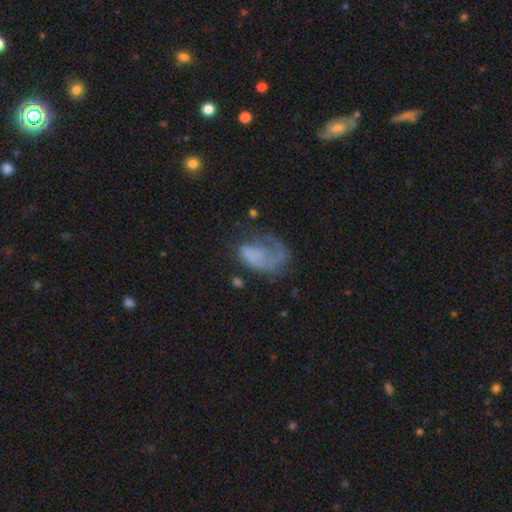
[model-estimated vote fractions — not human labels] Q: Smooth or featured?
A: featured or disk (52%); runner-up: smooth (38%)
Q: Edge-on disk?
A: no (98%); runner-up: yes (2%)
Q: Bar?
A: no (84%); runner-up: weak (13%)
Q: Spiral arms?
A: yes (57%); runner-up: no (43%)
Q: Bulge size?
A: none (69%); runner-up: small (13%)
Q: Merging?
A: major disturbance (51%); runner-up: none (27%)